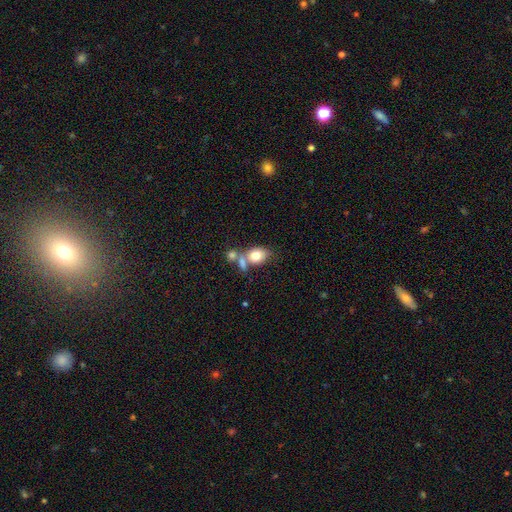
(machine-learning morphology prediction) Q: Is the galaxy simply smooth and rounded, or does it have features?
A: smooth — 76%.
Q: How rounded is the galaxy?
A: in between — 69%.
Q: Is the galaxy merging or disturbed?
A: merger — 44%.